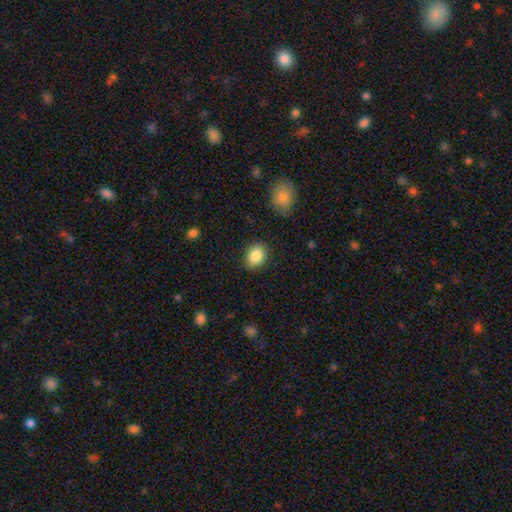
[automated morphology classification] A smooth galaxy with no disk features (87%) that is in between round and cigar-shaped (54%).

Vote fractions:
- Smooth or featured? smooth: 87% / star or artifact: 8% / featured or disk: 5%
- How rounded? in between: 54% / round: 45% / cigar-shaped: 1%
- Merging? none: 87% / minor disturbance: 9% / major disturbance: 3% / merger: 1%